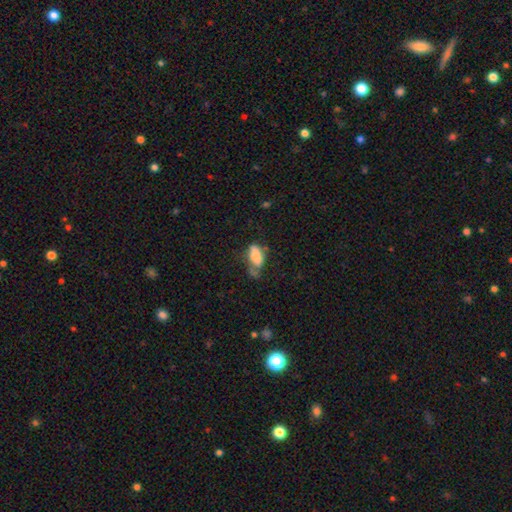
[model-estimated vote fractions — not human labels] Overall: smooth (71%). How rounded: in between (86%). Merging: minor disturbance (32%; none 31%).